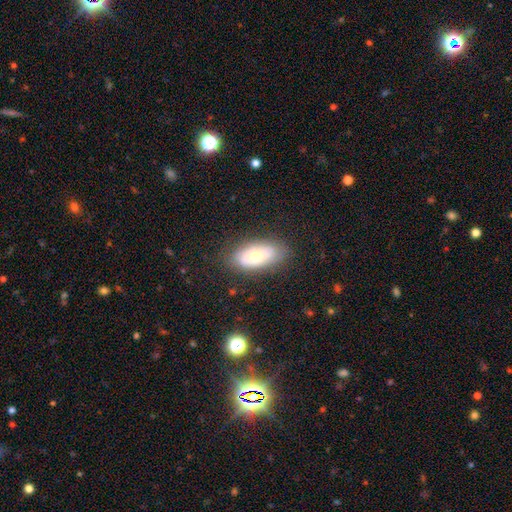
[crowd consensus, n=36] Overall: smooth (64%; featured or disk 28%). How rounded: in between (91%). Merging: none (91%).